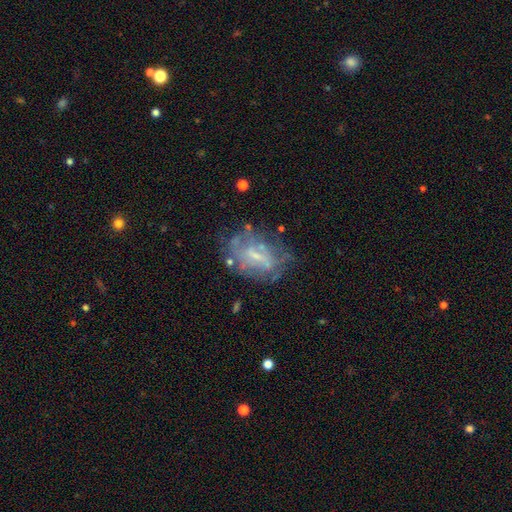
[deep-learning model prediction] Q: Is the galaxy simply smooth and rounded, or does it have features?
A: featured or disk — 66%.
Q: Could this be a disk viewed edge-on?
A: no — 95%.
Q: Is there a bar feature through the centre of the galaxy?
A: weak — 45%.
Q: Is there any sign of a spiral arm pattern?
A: no — 53%.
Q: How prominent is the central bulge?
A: small — 55%.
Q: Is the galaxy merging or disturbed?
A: none — 56%.